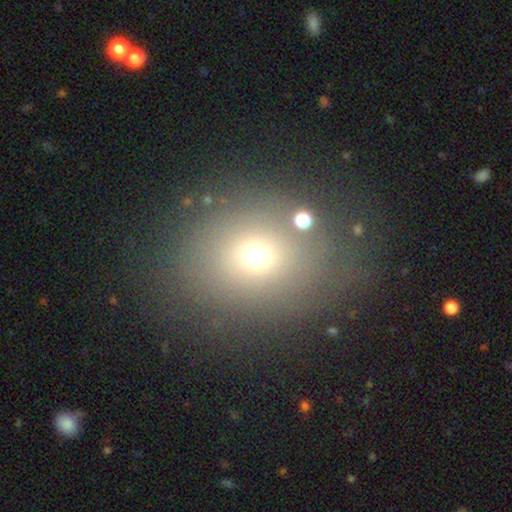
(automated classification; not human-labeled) Smooth or featured?
  - smooth: 65% *
  - star or artifact: 20%
  - featured or disk: 15%
How rounded?
  - round: 55% *
  - in between: 44%
  - cigar-shaped: 1%
Merging?
  - none: 75% *
  - minor disturbance: 13%
  - major disturbance: 7%
  - merger: 5%